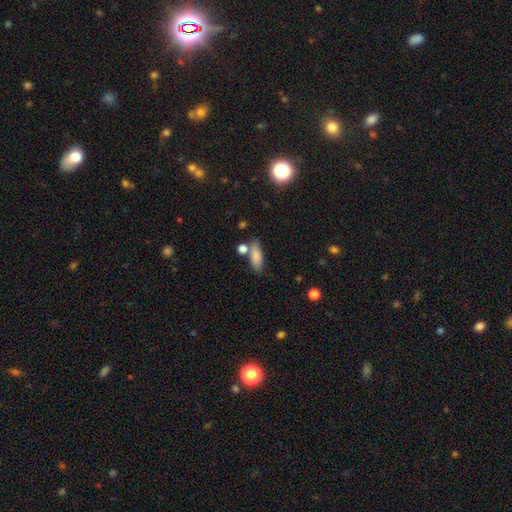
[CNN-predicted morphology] smooth_or_featured: smooth (p=0.83) [alt: featured or disk p=0.09]
how_rounded: in between (p=0.69) [alt: cigar-shaped p=0.27]
merging: none (p=0.66) [alt: minor disturbance p=0.15]